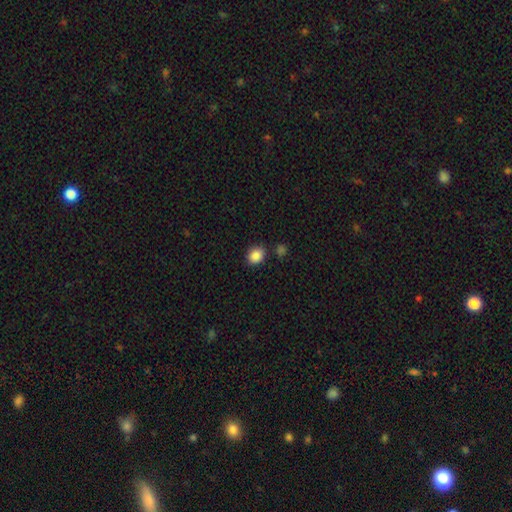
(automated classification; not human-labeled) Smooth or featured? Predicted: smooth (p=0.87). How rounded? Predicted: round (p=0.53). Merging? Predicted: none (p=0.80).